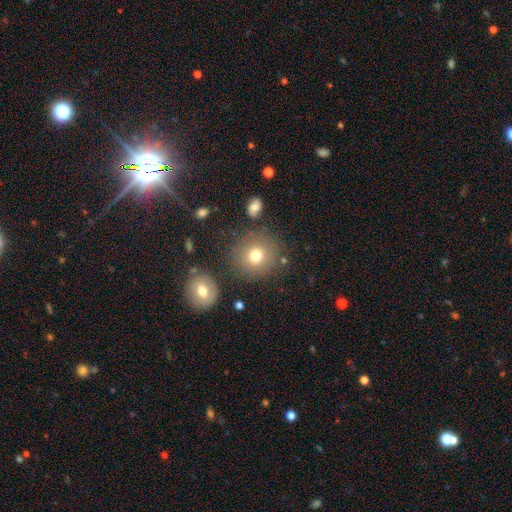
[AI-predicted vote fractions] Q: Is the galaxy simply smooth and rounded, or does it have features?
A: smooth — 75%.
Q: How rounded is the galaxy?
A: round — 90%.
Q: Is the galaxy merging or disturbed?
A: none — 81%.